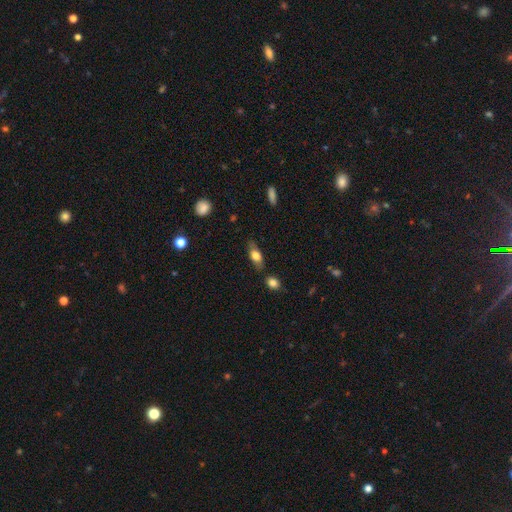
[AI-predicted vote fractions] Overall: smooth (68%). How rounded: in between (79%). Merging: none (75%).